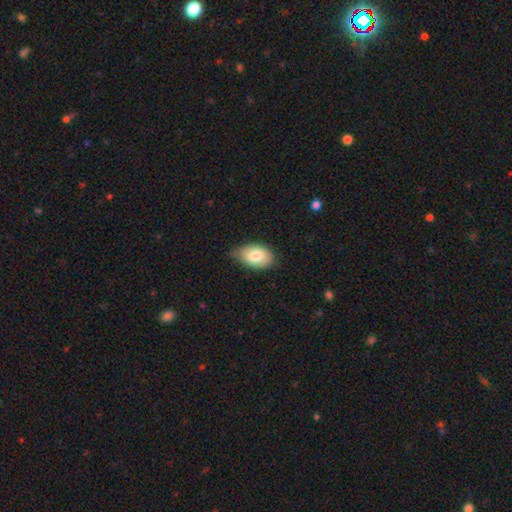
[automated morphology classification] smooth 80%, featured or disk 13%, star or artifact 7%. Down the decision tree: how rounded — in between (92%); merging — none (66%).